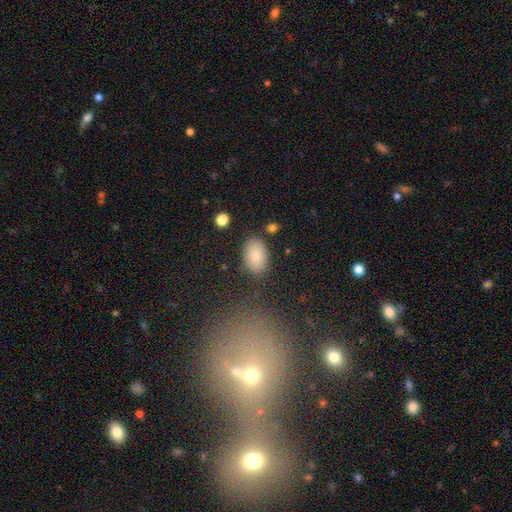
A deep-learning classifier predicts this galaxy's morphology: Smooth or featured? smooth (85%)
How rounded? in between (90%)
Merging? none (81%)